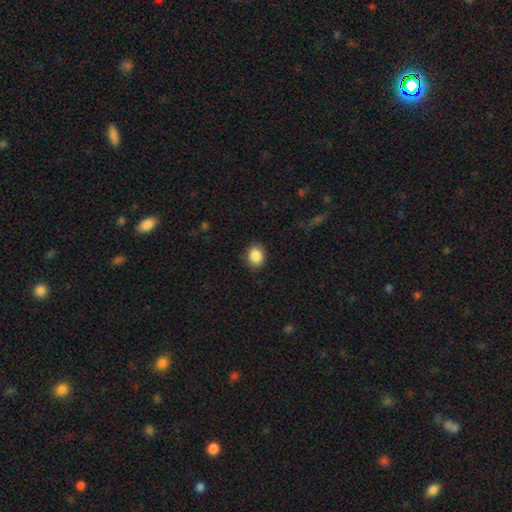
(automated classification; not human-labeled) smooth 88%, star or artifact 8%, featured or disk 4%. Down the decision tree: how rounded — round (57%); merging — none (84%).